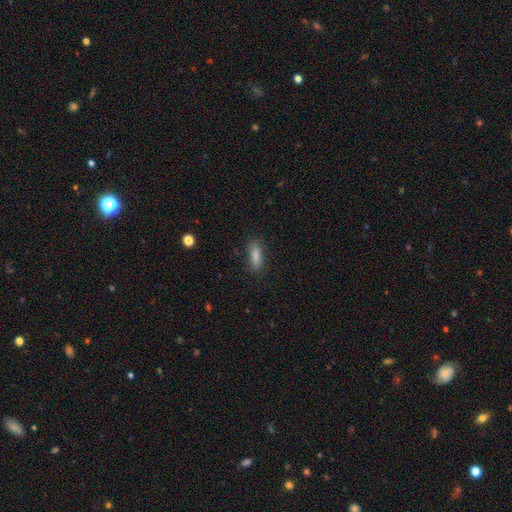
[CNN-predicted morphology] smooth_or_featured: smooth (p=0.86) [alt: star or artifact p=0.08]
how_rounded: in between (p=0.61) [alt: cigar-shaped p=0.37]
merging: none (p=0.83) [alt: minor disturbance p=0.13]